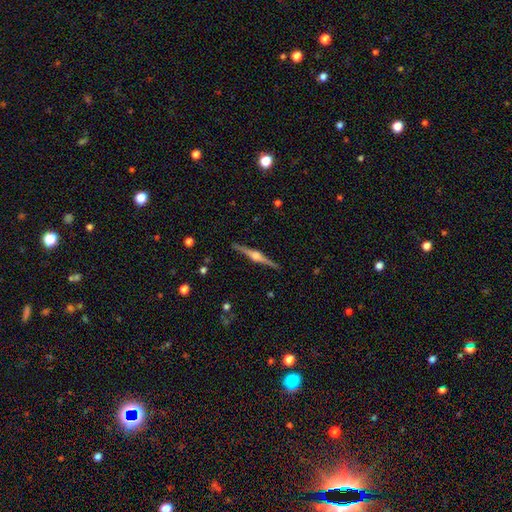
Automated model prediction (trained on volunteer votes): A featured or disk galaxy (86%) viewed edge-on (99%) with a rounded central bulge (88%).

Vote fractions:
- Smooth or featured? featured or disk: 86% / smooth: 9% / star or artifact: 5%
- Edge-on disk? yes: 99% / no: 1%
- Edge-on bulge? rounded: 88% / boxy: 9% / none: 2%
- Merging? none: 92% / minor disturbance: 6% / major disturbance: 1% / merger: 1%